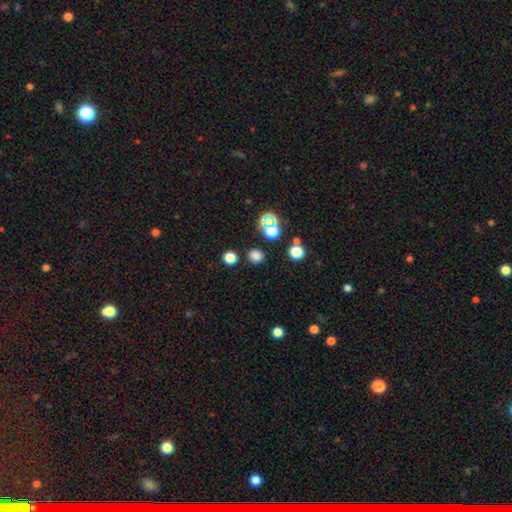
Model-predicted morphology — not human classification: This appears to be a smooth galaxy with no disk features (75%) that is round (88%). Merging: none (85%).